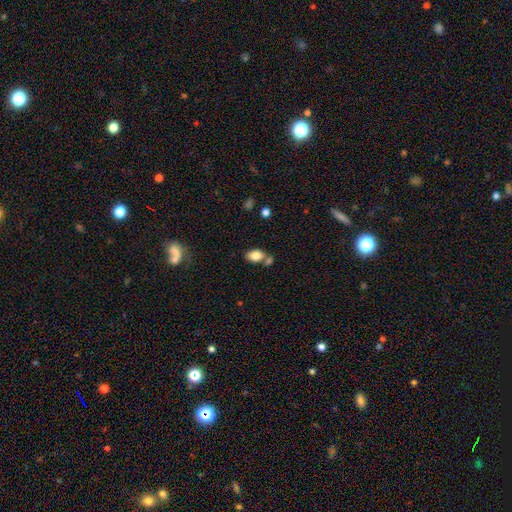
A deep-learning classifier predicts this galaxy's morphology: Q: Smooth or featured?
A: smooth (81%); runner-up: featured or disk (11%)
Q: How rounded?
A: in between (88%); runner-up: round (11%)
Q: Merging?
A: none (58%); runner-up: merger (25%)